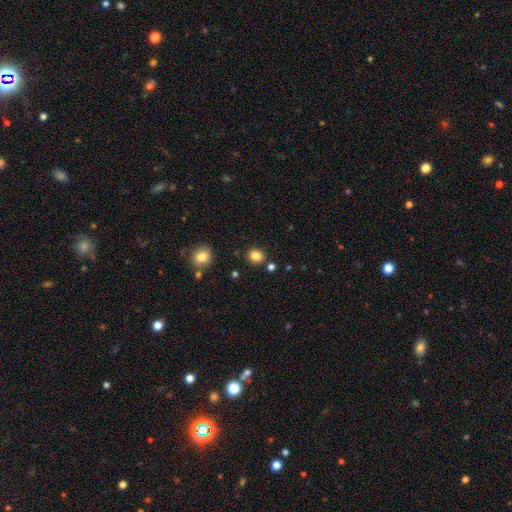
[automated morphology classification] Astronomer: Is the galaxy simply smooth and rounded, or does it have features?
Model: smooth — 84%.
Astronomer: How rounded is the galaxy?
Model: round — 82%.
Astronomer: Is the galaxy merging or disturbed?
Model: none — 86%.